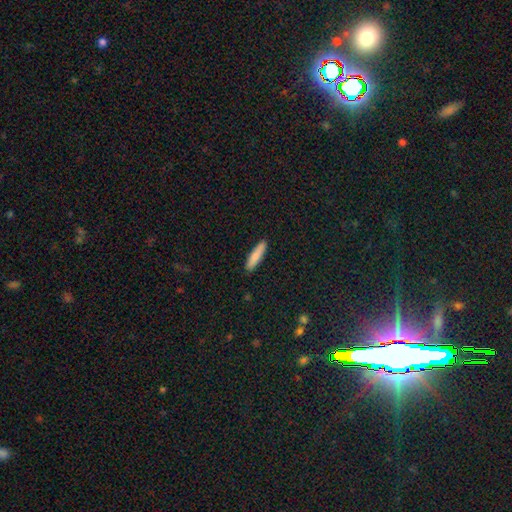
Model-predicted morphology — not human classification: Smooth or featured?
  - smooth: 83% *
  - featured or disk: 11%
  - star or artifact: 6%
How rounded?
  - cigar-shaped: 84% *
  - in between: 15%
  - round: 1%
Merging?
  - none: 90% *
  - minor disturbance: 7%
  - major disturbance: 2%
  - merger: 1%